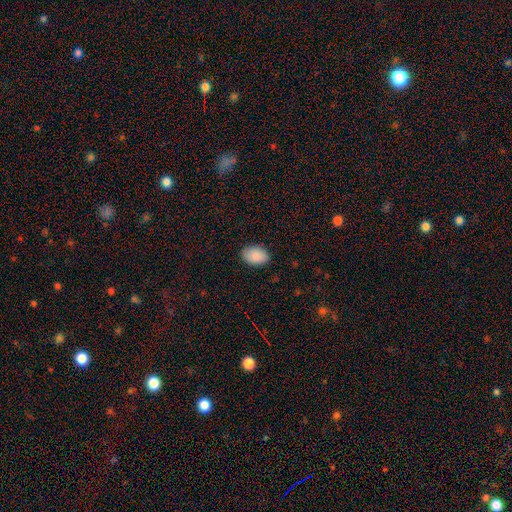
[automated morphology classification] Overall: smooth (89%). How rounded: in between (89%). Merging: none (87%).